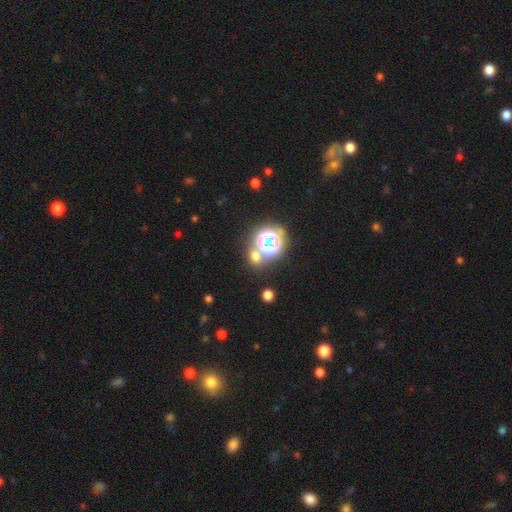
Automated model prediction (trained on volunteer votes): This is possibly a smooth galaxy (51%). How rounded: likely round (76%). Merging: likely none (71%).